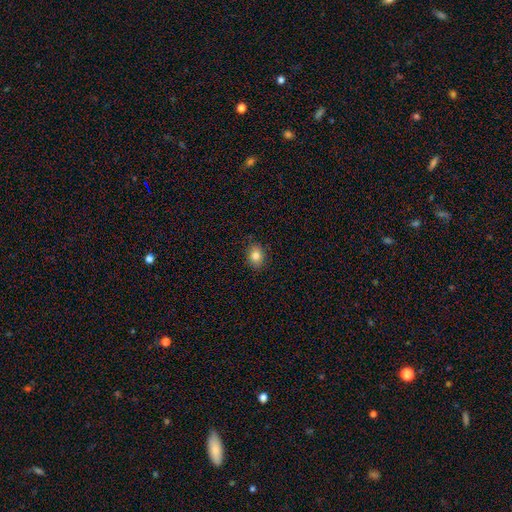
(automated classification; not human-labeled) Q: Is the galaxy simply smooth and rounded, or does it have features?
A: smooth — 81%.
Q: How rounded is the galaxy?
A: round — 56%.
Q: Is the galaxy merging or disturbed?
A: none — 89%.